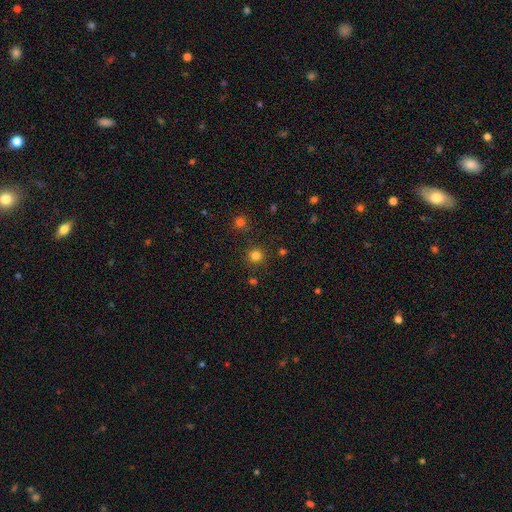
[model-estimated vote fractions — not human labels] Smooth or featured? Predicted: smooth (p=0.79). How rounded? Predicted: round (p=0.93). Merging? Predicted: none (p=0.87).